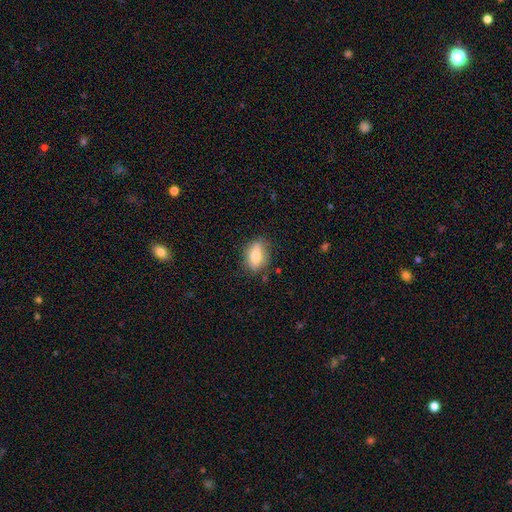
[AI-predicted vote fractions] Smooth or featured? Predicted: smooth (p=0.67). How rounded? Predicted: in between (p=0.74). Merging? Predicted: none (p=0.78).